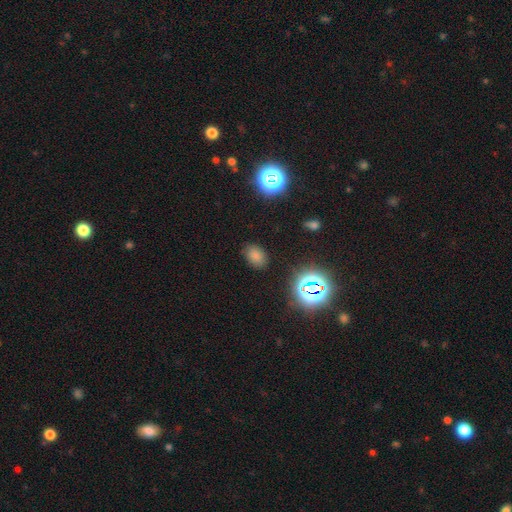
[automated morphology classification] smooth-or-featured: smooth: 72% | star or artifact: 22% | featured or disk: 6%
  how-rounded: in between: 76% | round: 22% | cigar-shaped: 1%
  merging: none: 83% | minor disturbance: 11% | major disturbance: 4% | merger: 2%